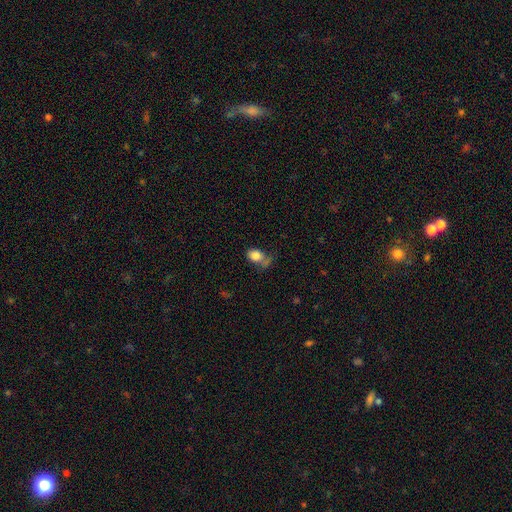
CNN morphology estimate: Smooth or featured?
  - smooth: 82% *
  - star or artifact: 9%
  - featured or disk: 9%
How rounded?
  - in between: 65% *
  - round: 33%
  - cigar-shaped: 1%
Merging?
  - none: 44% *
  - minor disturbance: 26%
  - major disturbance: 19%
  - merger: 11%